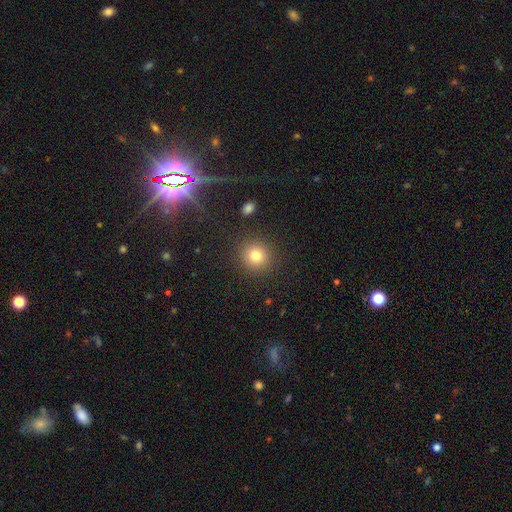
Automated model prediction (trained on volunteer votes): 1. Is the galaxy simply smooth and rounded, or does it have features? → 79% smooth, 13% star or artifact, 8% featured or disk.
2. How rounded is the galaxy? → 89% round, 10% in between, 1% cigar-shaped.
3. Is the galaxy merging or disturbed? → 89% none, 6% minor disturbance, 3% major disturbance, 2% merger.